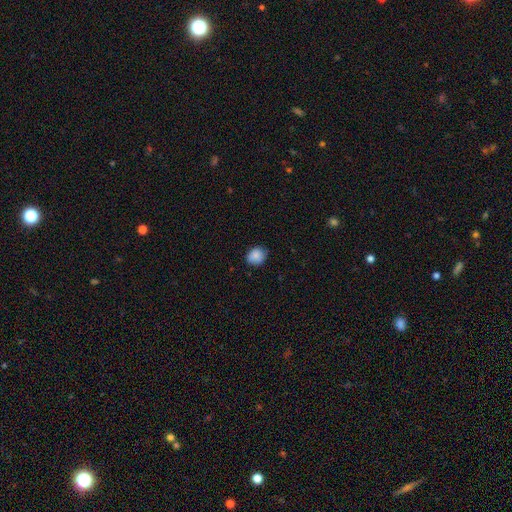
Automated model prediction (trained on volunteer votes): Q: Smooth or featured?
A: smooth (86%); runner-up: star or artifact (8%)
Q: How rounded?
A: round (68%); runner-up: in between (31%)
Q: Merging?
A: none (80%); runner-up: minor disturbance (17%)